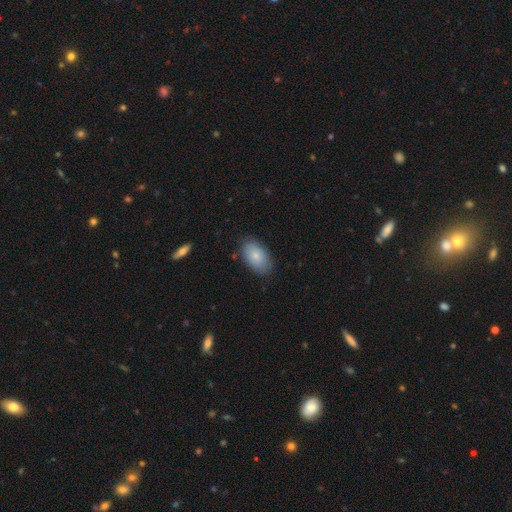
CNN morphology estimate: Smooth or featured: smooth — 80% (featured or disk — 13%)
How rounded: in between — 93% (round — 5%)
Merging: none — 80% (minor disturbance — 15%)